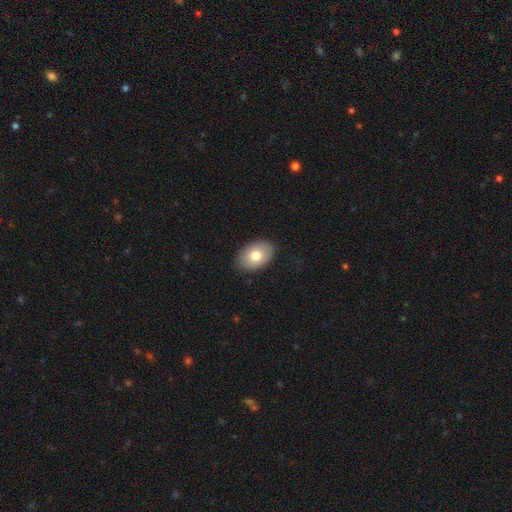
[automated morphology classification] Smooth or featured? smooth (78%)
How rounded? in between (87%)
Merging? none (87%)